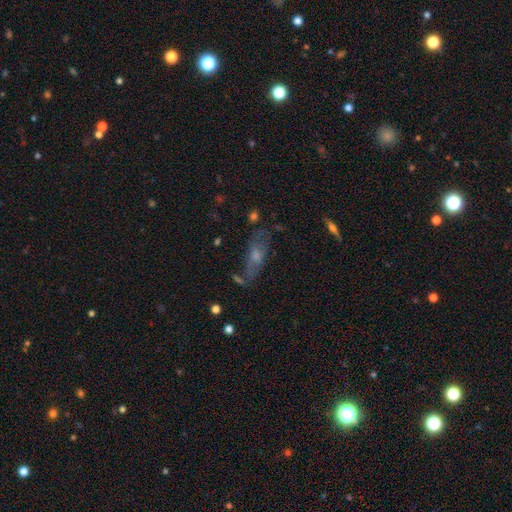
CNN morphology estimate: Smooth or featured? featured or disk (50%)
Merging? none (60%)